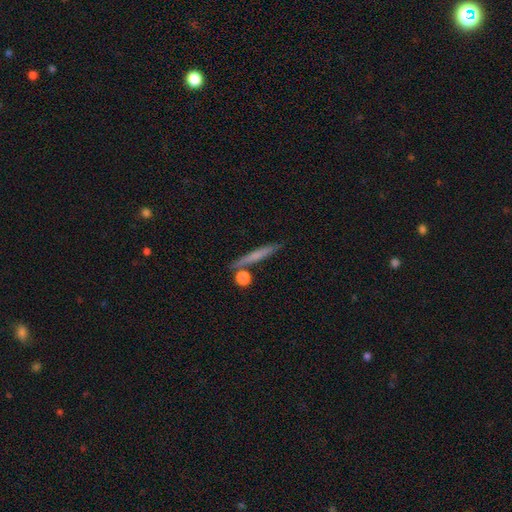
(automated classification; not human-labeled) The model was most divided on "smooth or featured": smooth: 57%, featured or disk: 35%, star or artifact: 8%. More confident: how rounded — cigar-shaped (89%); merging — none (79%).